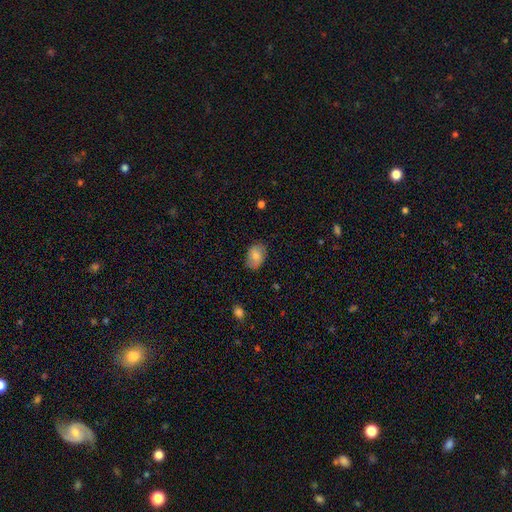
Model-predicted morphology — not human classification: Smooth or featured: smooth — 76% (featured or disk — 16%)
How rounded: in between — 82% (round — 17%)
Merging: none — 79% (minor disturbance — 17%)